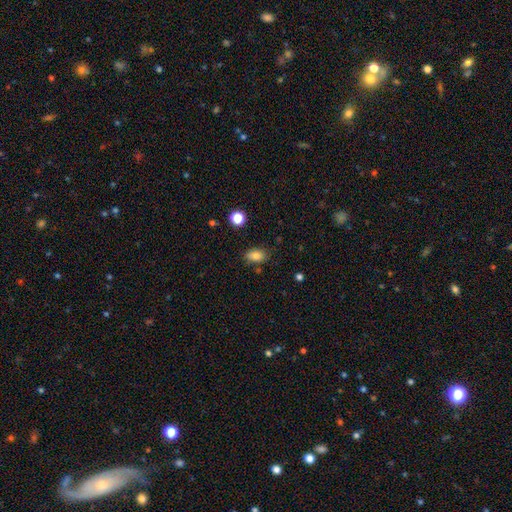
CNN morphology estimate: type=smooth (83%); roundness=in between (84%); merging=none (77%).